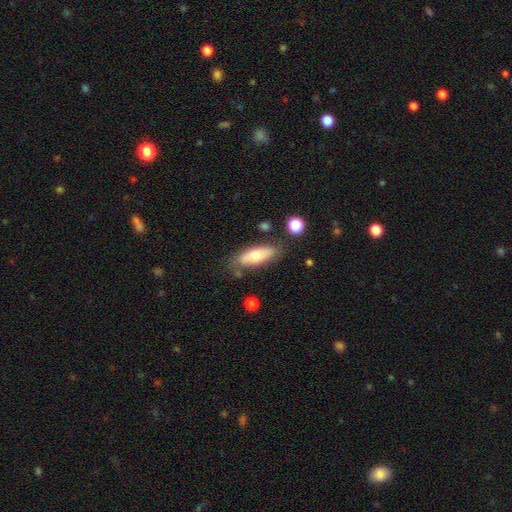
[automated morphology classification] A smooth galaxy with no disk features (63%) that is in between round and cigar-shaped (66%). Merging: none (74%).